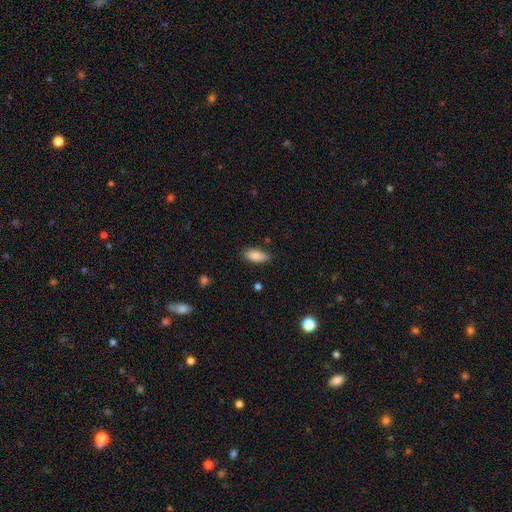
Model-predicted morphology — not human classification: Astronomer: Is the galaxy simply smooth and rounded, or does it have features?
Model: smooth — 85%.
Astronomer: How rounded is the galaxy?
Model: in between — 88%.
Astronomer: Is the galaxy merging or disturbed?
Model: none — 78%.